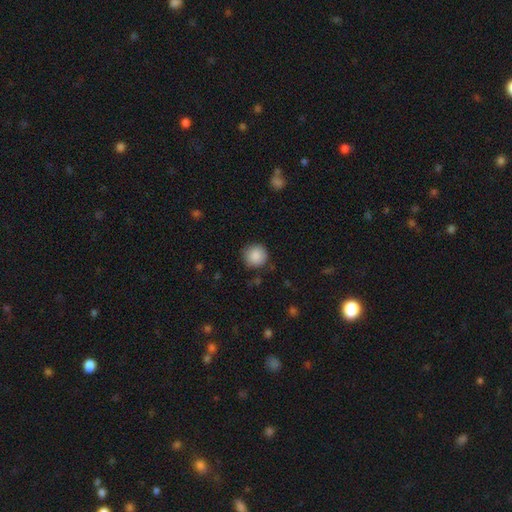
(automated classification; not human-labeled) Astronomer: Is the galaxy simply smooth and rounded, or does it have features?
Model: smooth — 88%.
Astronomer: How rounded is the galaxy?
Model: round — 92%.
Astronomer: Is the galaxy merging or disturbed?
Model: none — 84%.